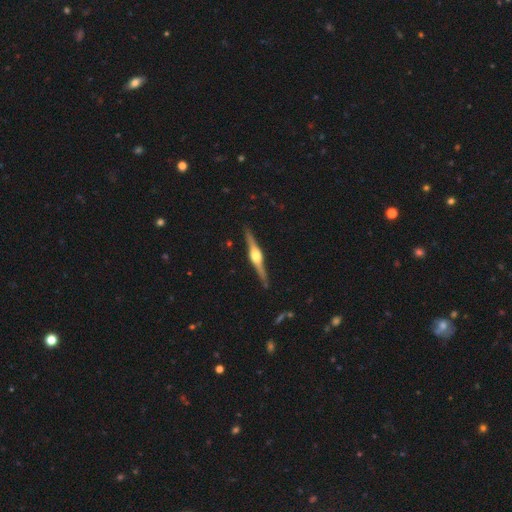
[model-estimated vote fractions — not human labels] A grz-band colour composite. It shows a featured or disk galaxy (83%) viewed edge-on (98%) with a rounded central bulge (93%). Merging: none (89%).